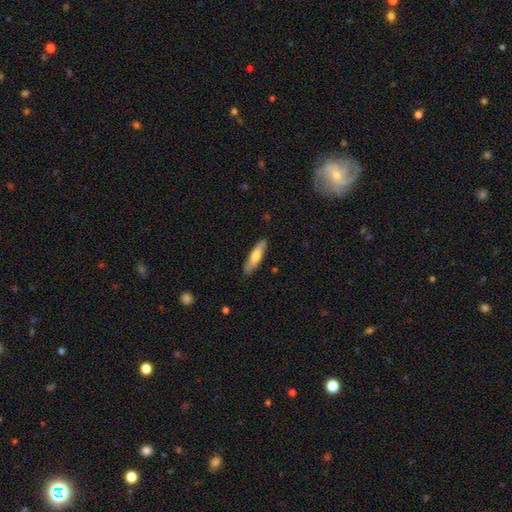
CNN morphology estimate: A smooth galaxy with no disk features (64%) that is cigar-shaped (70%).

Vote fractions:
- Smooth or featured? smooth: 64% / featured or disk: 31% / star or artifact: 5%
- How rounded? cigar-shaped: 70% / in between: 29% / round: 2%
- Merging? none: 85% / minor disturbance: 12% / major disturbance: 2% / merger: 1%